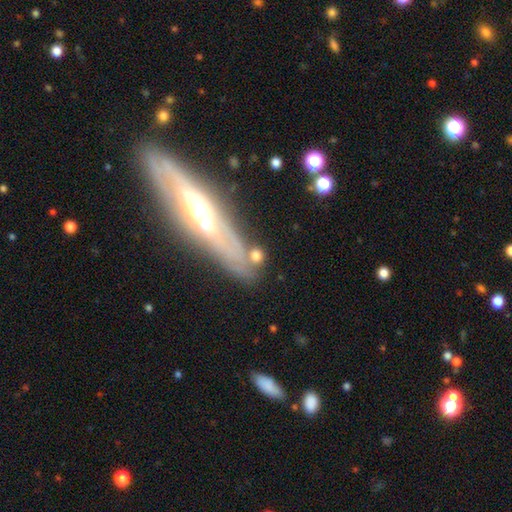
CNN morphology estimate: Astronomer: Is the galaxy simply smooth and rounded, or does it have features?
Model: smooth — 66%.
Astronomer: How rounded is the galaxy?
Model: round — 59%.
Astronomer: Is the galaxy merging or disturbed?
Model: none — 62%.